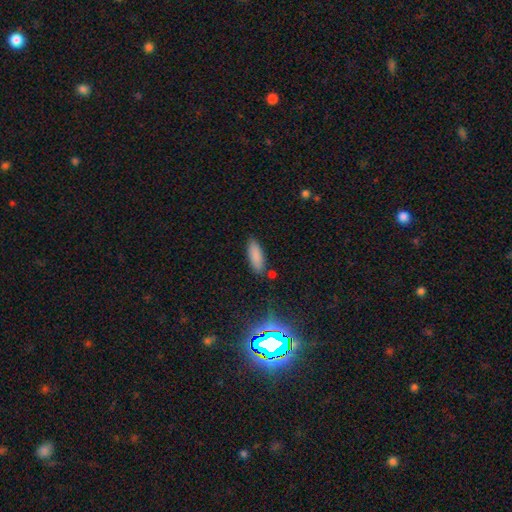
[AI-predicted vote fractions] Smooth or featured?
  - smooth: 85% *
  - star or artifact: 9%
  - featured or disk: 6%
How rounded?
  - in between: 65% *
  - cigar-shaped: 33%
  - round: 2%
Merging?
  - none: 81% *
  - minor disturbance: 12%
  - merger: 4%
  - major disturbance: 3%